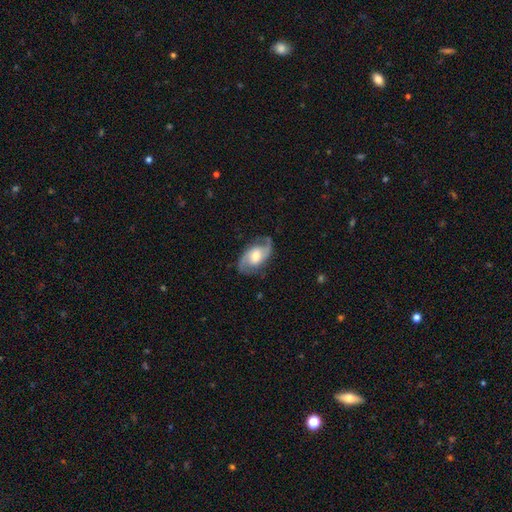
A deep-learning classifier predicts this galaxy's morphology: smooth-or-featured: featured or disk: 85% | smooth: 10% | star or artifact: 5%
  disk-edge-on: no: 97% | yes: 3%
    bar: weak: 43% (tied) | no: 43% (tied) | strong: 14%
    has-spiral-arms: yes: 95% | no: 5%
      spiral-winding: medium: 51% | loose: 29% | tight: 20%
      spiral-arm-count: 2: 92% | can't tell: 3% | 1: 2% | 3: 1% | 4: 1% | more than 4: 1%
    bulge-size: moderate: 63% | small: 20% | large: 13% | none: 2% | dominant: 1%
  merging: none: 79% | minor disturbance: 14% | major disturbance: 5% | merger: 1%